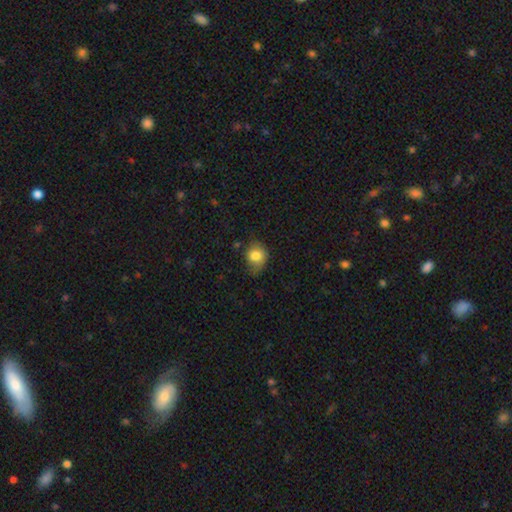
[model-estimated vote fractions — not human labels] Smooth or featured? smooth (81%)
How rounded? round (62%)
Merging? none (51%)